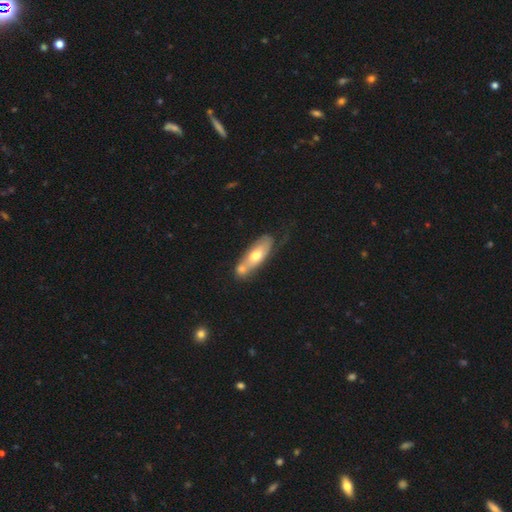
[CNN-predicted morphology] smooth_or_featured: smooth (p=0.53) [alt: featured or disk p=0.42]
how_rounded: in between (p=0.62) [alt: cigar-shaped p=0.35]
merging: merger (p=0.42) [alt: none p=0.34]